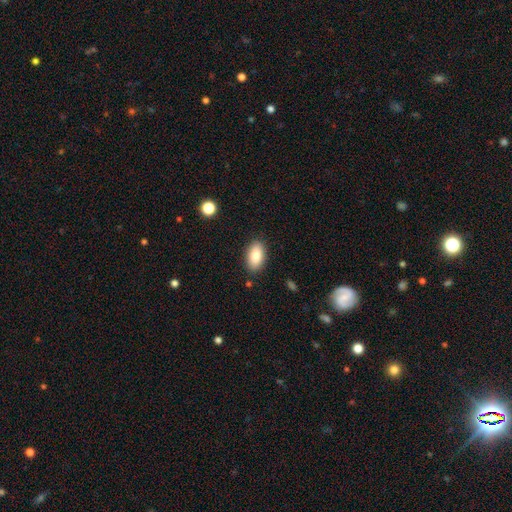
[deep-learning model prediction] Q: Smooth or featured?
A: smooth (85%); runner-up: featured or disk (8%)
Q: How rounded?
A: in between (93%); runner-up: round (4%)
Q: Merging?
A: none (87%); runner-up: minor disturbance (9%)